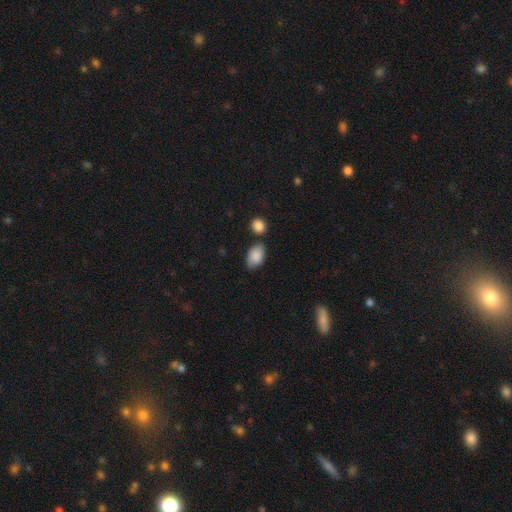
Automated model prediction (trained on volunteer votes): This appears to be a smooth galaxy with no disk features (88%) that is in between round and cigar-shaped (91%). Merging: none (68%).